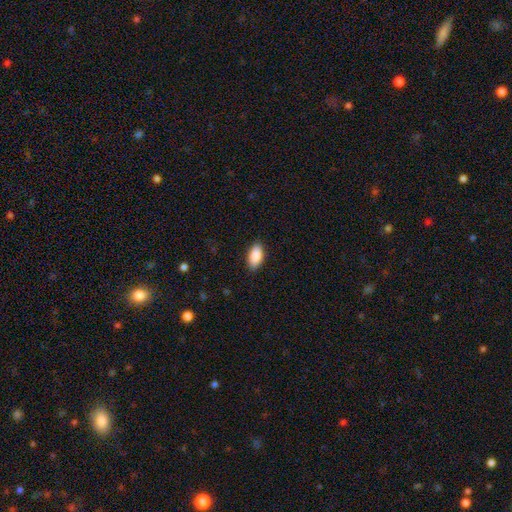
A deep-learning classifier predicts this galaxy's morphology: A smooth galaxy with no disk features (90%) that is in between round and cigar-shaped (93%).

Vote fractions:
- Smooth or featured? smooth: 90% / star or artifact: 6% / featured or disk: 4%
- How rounded? in between: 93% / cigar-shaped: 5% / round: 2%
- Merging? none: 88% / minor disturbance: 9% / major disturbance: 2% / merger: 1%